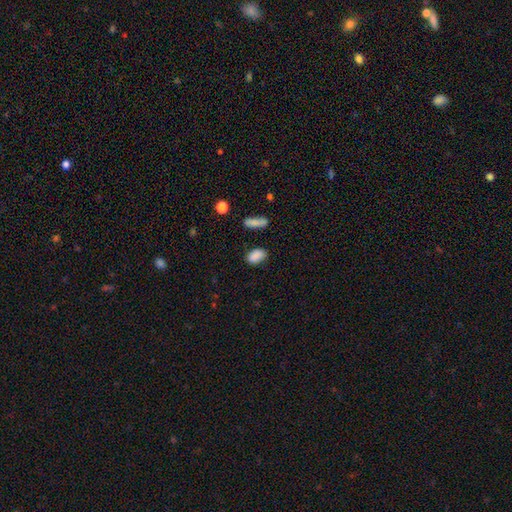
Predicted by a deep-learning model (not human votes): Overall: smooth (88%). How rounded: in between (90%). Merging: none (79%).